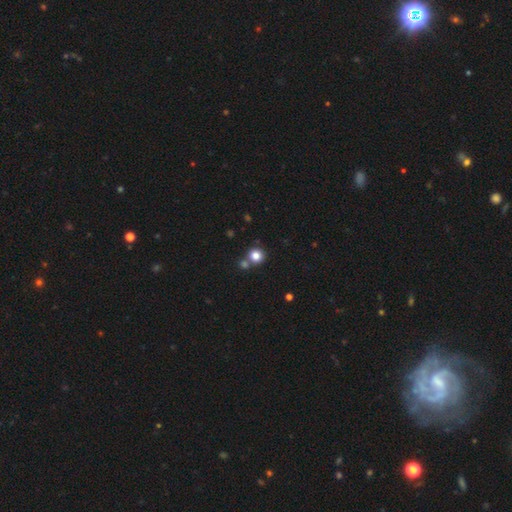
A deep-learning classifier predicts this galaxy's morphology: This appears to be a smooth galaxy with no disk features (82%) that is round (91%). Merging: none (67%).